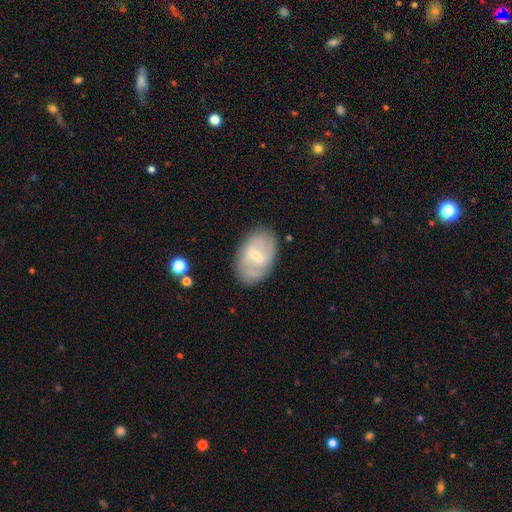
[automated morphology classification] smooth-or-featured: featured or disk: 66% | smooth: 28% | star or artifact: 7%
  disk-edge-on: no: 95% | yes: 5%
    bar: weak: 52% | strong: 33% | no: 15%
    has-spiral-arms: yes: 64% | no: 36%
    bulge-size: small: 65% | moderate: 30% | none: 2% | large: 1% | dominant: 1%
  merging: none: 79% | minor disturbance: 14% | major disturbance: 5% | merger: 2%